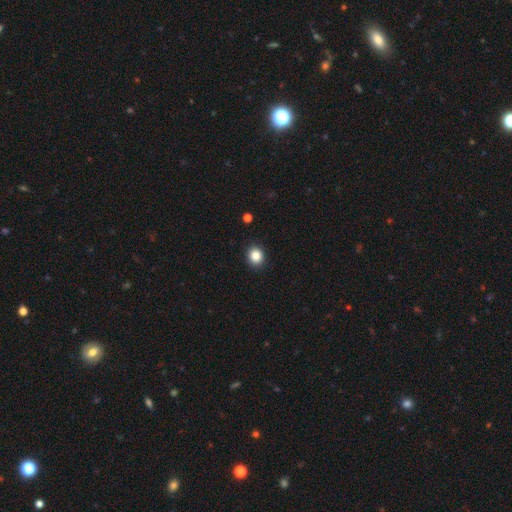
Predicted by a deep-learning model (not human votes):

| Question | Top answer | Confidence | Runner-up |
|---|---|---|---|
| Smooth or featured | smooth | 85% | star or artifact (10%) |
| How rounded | round | 77% | in between (22%) |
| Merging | none | 91% | minor disturbance (6%) |